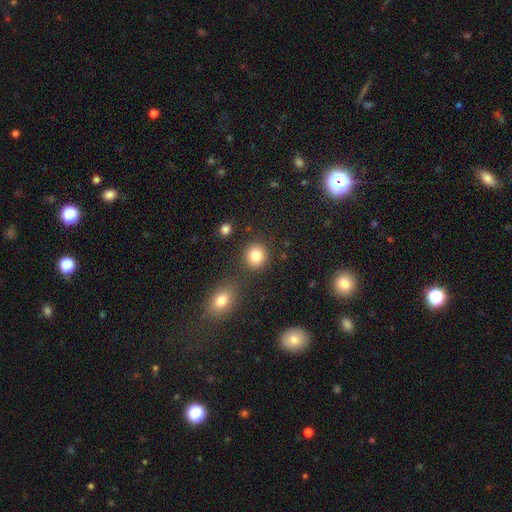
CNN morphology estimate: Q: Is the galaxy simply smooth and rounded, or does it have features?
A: smooth — 84%.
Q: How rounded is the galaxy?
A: round — 85%.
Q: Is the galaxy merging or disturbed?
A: none — 83%.